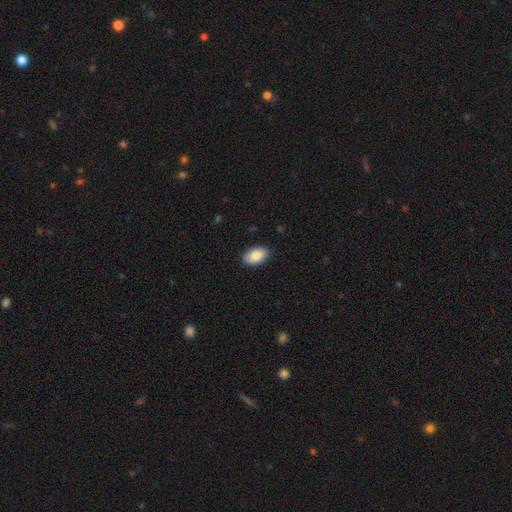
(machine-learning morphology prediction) Overall: smooth (88%). How rounded: in between (92%). Merging: none (89%).